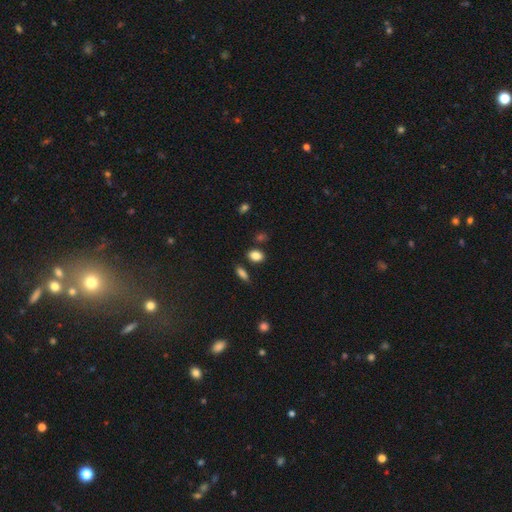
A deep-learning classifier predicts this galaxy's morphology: smooth-or-featured: smooth: 86% | star or artifact: 9% | featured or disk: 5%
  how-rounded: in between: 81% | round: 17% | cigar-shaped: 2%
  merging: none: 79% | minor disturbance: 11% | merger: 7% | major disturbance: 3%